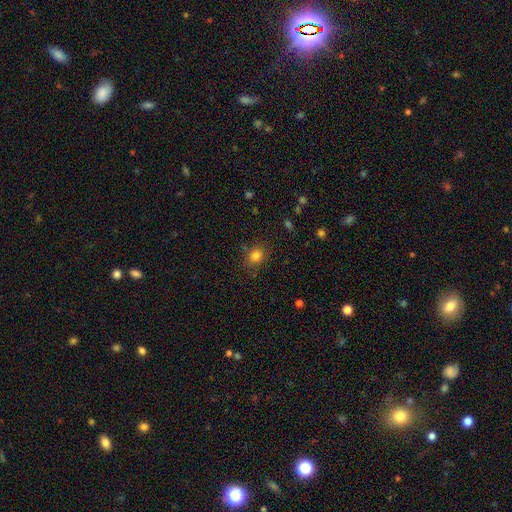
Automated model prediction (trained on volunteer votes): This is clearly a smooth galaxy (82%). How rounded: likely round (65%). Merging: clearly none (81%).